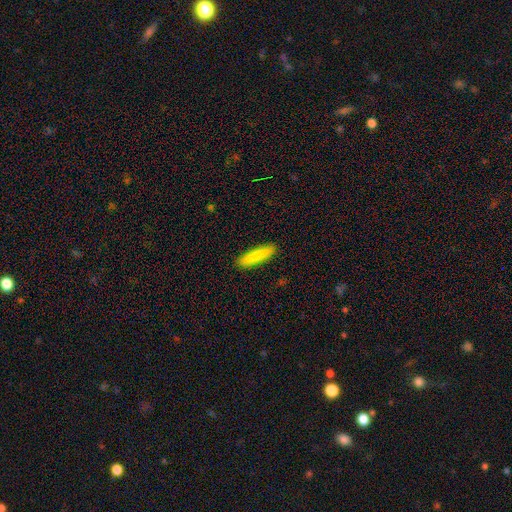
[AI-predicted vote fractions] A smooth galaxy with no disk features (86%) that is cigar-shaped (82%). Merging: none (90%).